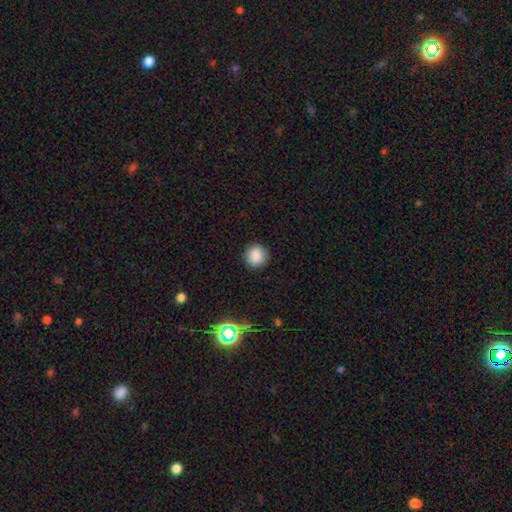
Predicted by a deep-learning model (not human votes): Overall: smooth (86%). How rounded: round (90%). Merging: none (90%).